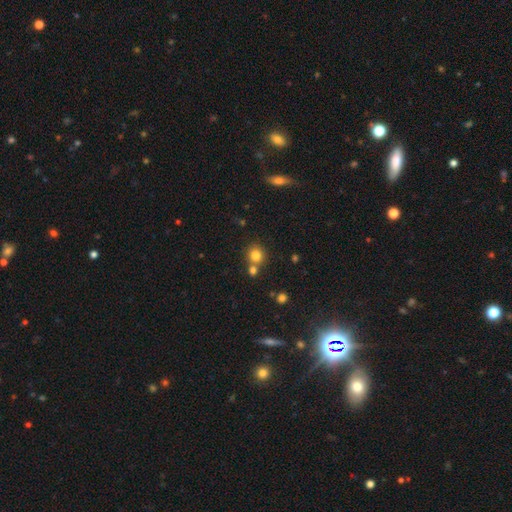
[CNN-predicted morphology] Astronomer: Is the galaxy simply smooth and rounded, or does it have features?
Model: smooth — 81%.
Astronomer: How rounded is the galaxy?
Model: round — 87%.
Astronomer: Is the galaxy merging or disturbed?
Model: none — 65%.